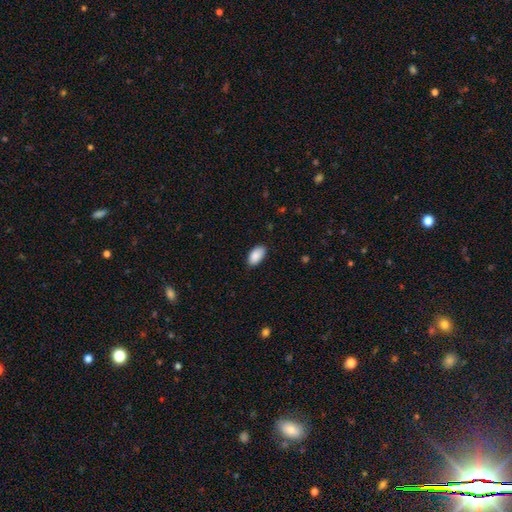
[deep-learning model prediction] Q: Smooth or featured?
A: smooth (89%); runner-up: star or artifact (7%)
Q: How rounded?
A: in between (95%); runner-up: round (3%)
Q: Merging?
A: none (86%); runner-up: minor disturbance (11%)